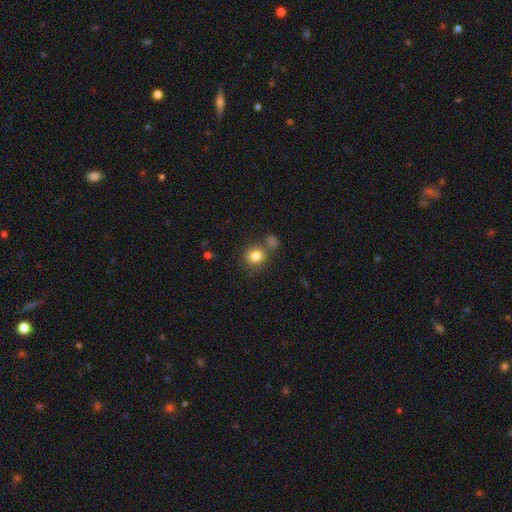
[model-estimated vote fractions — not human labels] Overall: smooth (82%). How rounded: round (85%). Merging: none (69%).